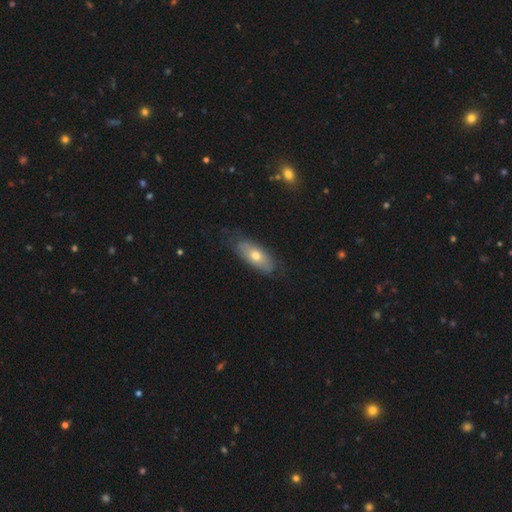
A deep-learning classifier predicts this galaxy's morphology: This is possibly a smooth galaxy (60%). How rounded: clearly in between (81%). Merging: likely none (71%).